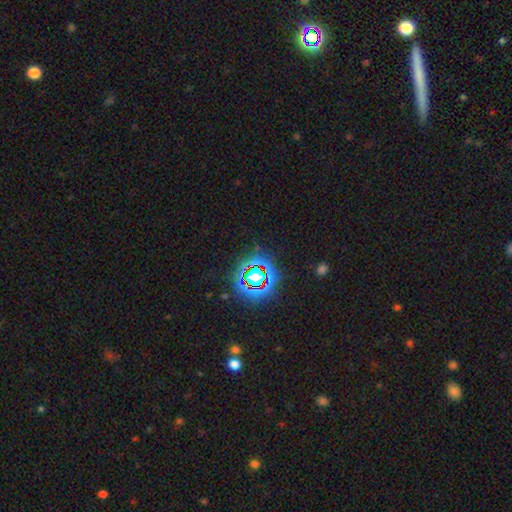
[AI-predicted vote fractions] smooth-or-featured: star or artifact: 70% | smooth: 19% | featured or disk: 11%